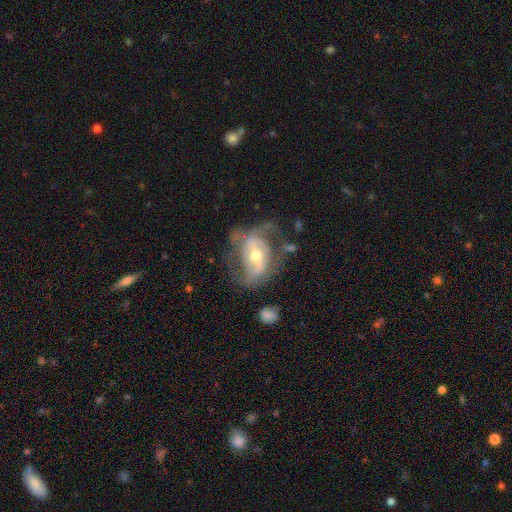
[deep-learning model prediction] Smooth or featured? featured or disk (81%)
Edge-on disk? no (96%)
Bar? weak (38%)
Spiral arms? yes (84%)
Spiral winding? medium (45%)
Spiral arm count? 2 (67%)
Bulge size? moderate (68%)
Merging? none (49%)